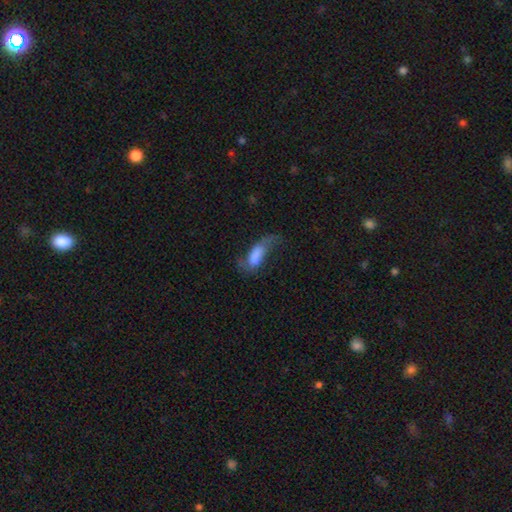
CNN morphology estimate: type=smooth (53%); roundness=in between (79%); merging=major disturbance (44%).